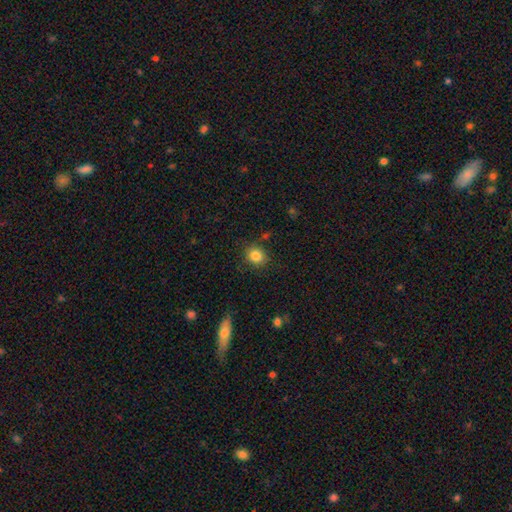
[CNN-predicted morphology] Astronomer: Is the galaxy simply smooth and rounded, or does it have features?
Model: smooth — 84%.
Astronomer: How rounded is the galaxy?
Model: round — 79%.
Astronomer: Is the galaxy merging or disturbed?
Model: none — 84%.